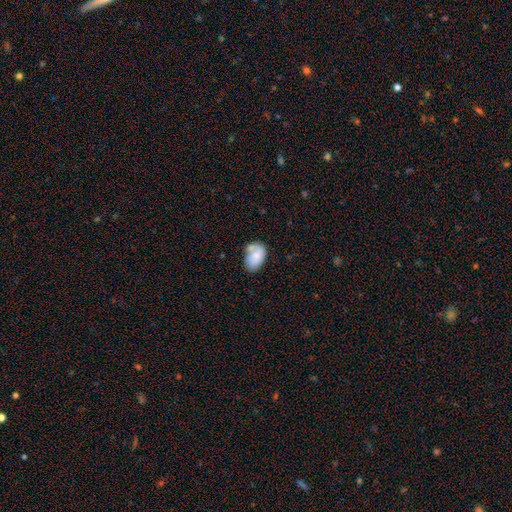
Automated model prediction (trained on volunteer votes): A smooth galaxy with no disk features (68%) that is in between round and cigar-shaped (86%).

Vote fractions:
- Smooth or featured? smooth: 68% / featured or disk: 25% / star or artifact: 7%
- How rounded? in between: 86% / round: 12% / cigar-shaped: 1%
- Merging? none: 47% / minor disturbance: 26% / merger: 17% / major disturbance: 9%